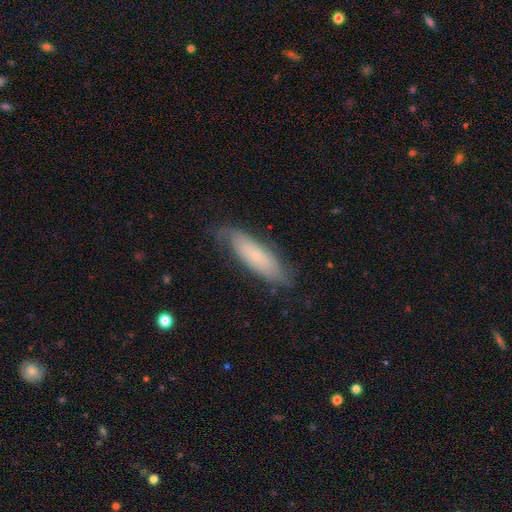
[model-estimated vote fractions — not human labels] Smooth or featured?
  - smooth: 50% *
  - featured or disk: 42%
  - star or artifact: 7%
How rounded?
  - cigar-shaped: 50% *
  - in between: 48%
  - round: 2%
Merging?
  - none: 70% *
  - minor disturbance: 21%
  - major disturbance: 8%
  - merger: 1%